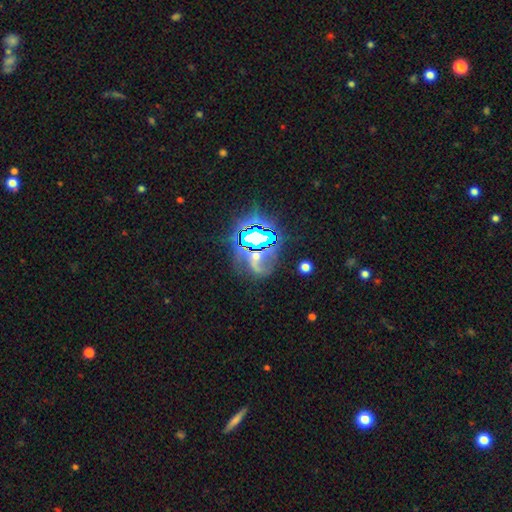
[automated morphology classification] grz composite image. It shows a star or artifact, not a galaxy (59%).